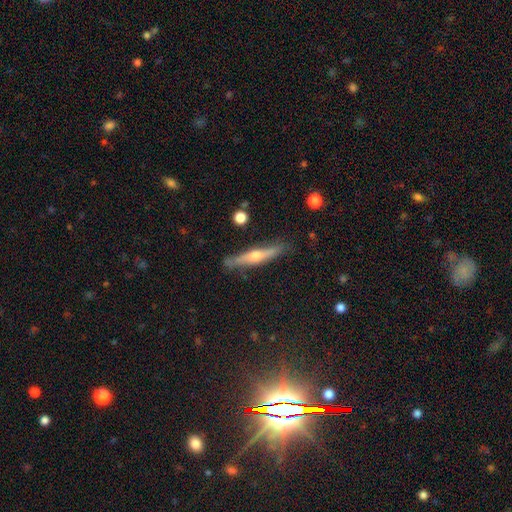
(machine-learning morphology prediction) Smooth or featured?
  - featured or disk: 61% *
  - smooth: 32%
  - star or artifact: 6%
Edge-on disk?
  - yes: 95% *
  - no: 5%
Edge-on bulge?
  - rounded: 90% *
  - none: 7%
  - boxy: 4%
Merging?
  - none: 82% *
  - minor disturbance: 13%
  - major disturbance: 3%
  - merger: 2%